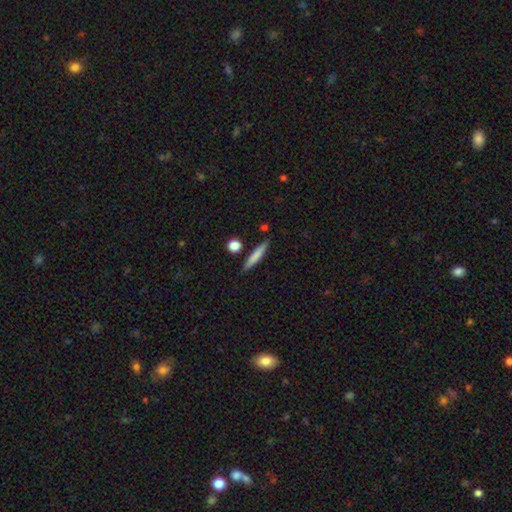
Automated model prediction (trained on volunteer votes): smooth-or-featured: smooth: 75% | featured or disk: 19% | star or artifact: 6%
  how-rounded: cigar-shaped: 91% | in between: 7% | round: 3%
  merging: none: 85% | minor disturbance: 9% | merger: 4% | major disturbance: 2%